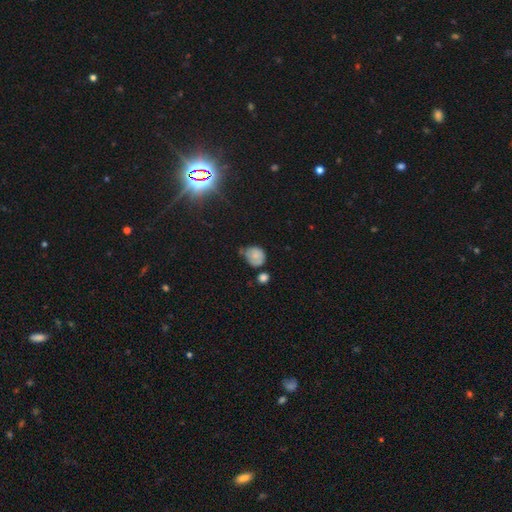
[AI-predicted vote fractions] The model was most divided on "merging": none: 40%, minor disturbance: 38%, merger: 12%, major disturbance: 10%. More confident: smooth or featured — smooth (74%); how rounded — round (65%).